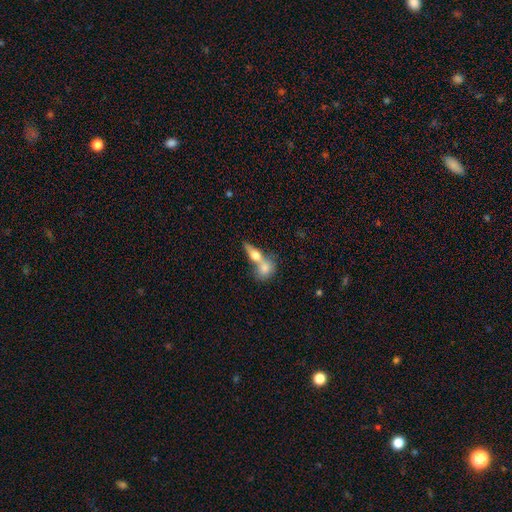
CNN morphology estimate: Smooth or featured: smooth — 59% (featured or disk — 33%)
How rounded: in between — 57% (cigar-shaped — 28%)
Merging: merger — 60% (none — 29%)